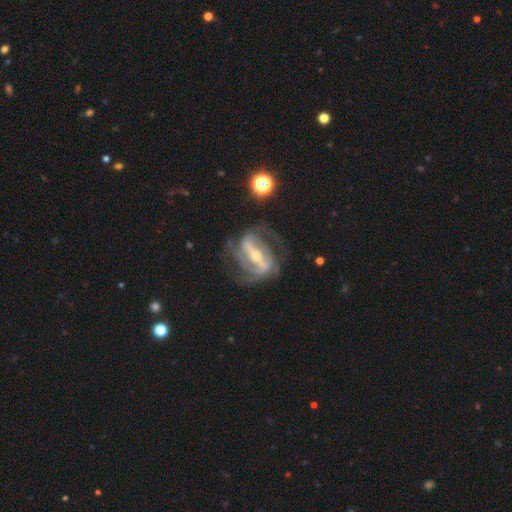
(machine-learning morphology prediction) type=featured or disk (90%); edge-on=no (93%); bar=strong (79%); spiral arms=yes (93%); winding=medium (48%); arm count=2 (70%); bulge=small (51%); merging=none (66%).